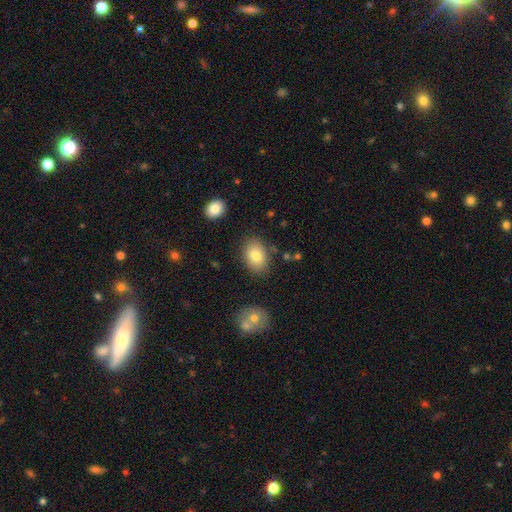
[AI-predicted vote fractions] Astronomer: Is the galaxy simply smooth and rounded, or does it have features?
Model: smooth — 81%.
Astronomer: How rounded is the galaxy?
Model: in between — 82%.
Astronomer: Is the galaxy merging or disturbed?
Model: none — 83%.